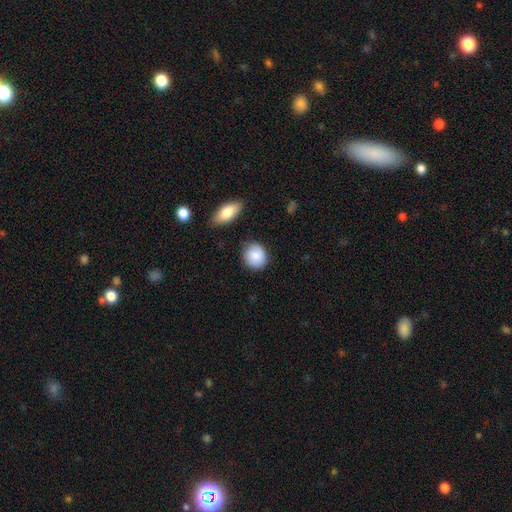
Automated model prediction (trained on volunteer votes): Smooth or featured? smooth (87%)
How rounded? round (80%)
Merging? none (83%)